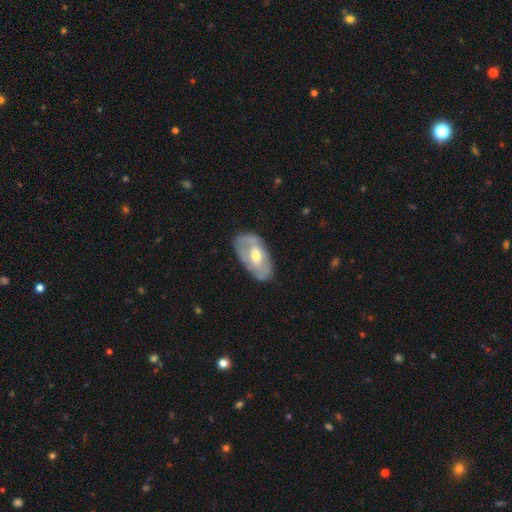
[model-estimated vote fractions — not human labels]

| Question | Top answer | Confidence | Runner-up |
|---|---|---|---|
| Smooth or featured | featured or disk | 61% | smooth (34%) |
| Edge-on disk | no | 90% | yes (10%) |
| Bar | no | 49% | weak (37%) |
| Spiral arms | no | 52% | yes (48%) |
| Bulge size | moderate | 69% | small (23%) |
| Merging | none | 73% | minor disturbance (20%) |